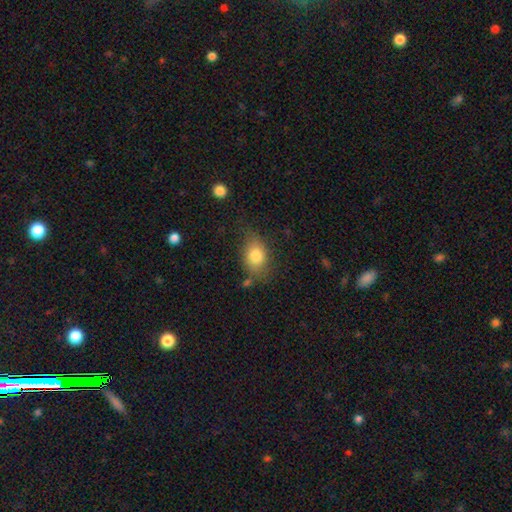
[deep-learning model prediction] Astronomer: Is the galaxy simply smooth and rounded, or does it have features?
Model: smooth — 80%.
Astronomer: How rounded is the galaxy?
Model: in between — 73%.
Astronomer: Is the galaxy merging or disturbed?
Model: none — 62%.